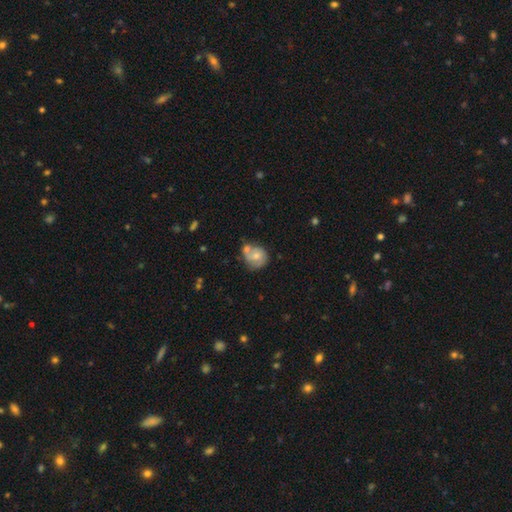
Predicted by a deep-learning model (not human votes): smooth_or_featured: smooth (p=0.58) [alt: featured or disk p=0.34]
how_rounded: round (p=0.72) [alt: in between p=0.27]
merging: merger (p=0.37) [tied with: none p=0.37]